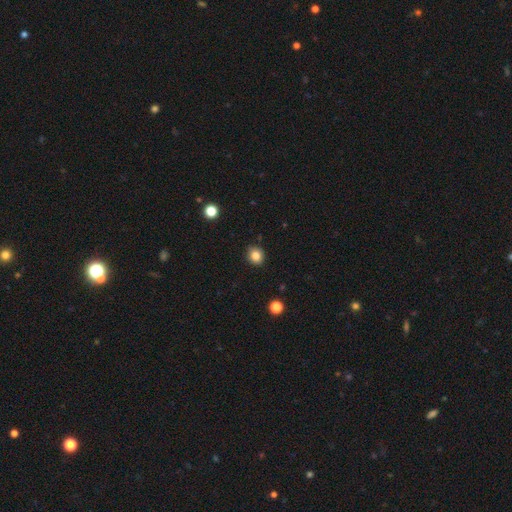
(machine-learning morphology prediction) This appears to be a smooth galaxy with no disk features (83%) that is round (74%). Merging: none (89%).